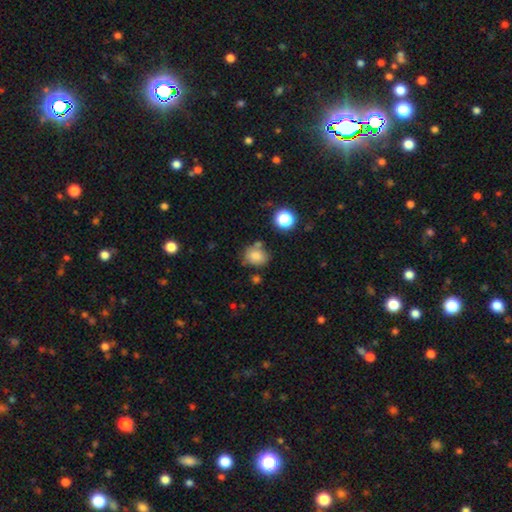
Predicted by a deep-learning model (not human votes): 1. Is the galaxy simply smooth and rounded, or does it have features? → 79% smooth, 12% star or artifact, 8% featured or disk.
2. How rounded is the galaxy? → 58% round, 41% in between, 1% cigar-shaped.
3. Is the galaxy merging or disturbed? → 66% none, 17% minor disturbance, 12% merger, 5% major disturbance.